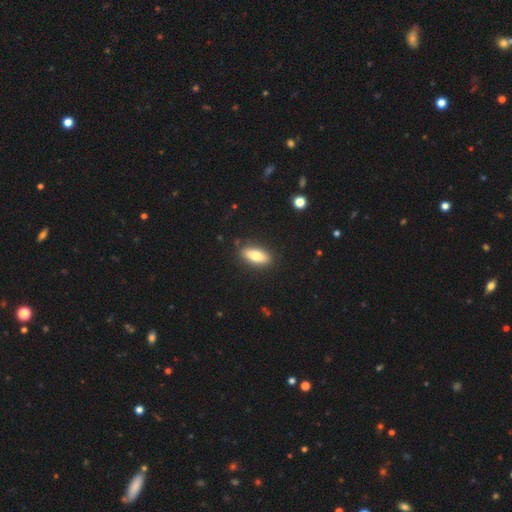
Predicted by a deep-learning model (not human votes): smooth-or-featured: smooth: 72% | featured or disk: 22% | star or artifact: 6%
  how-rounded: in between: 75% | cigar-shaped: 22% | round: 3%
  merging: none: 87% | minor disturbance: 9% | major disturbance: 2% | merger: 2%